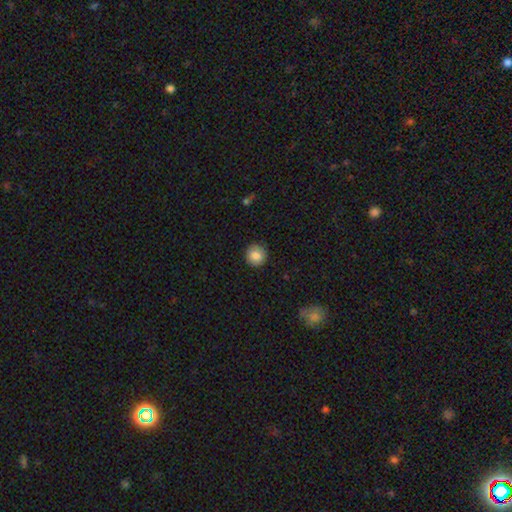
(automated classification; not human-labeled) A smooth galaxy with no disk features (84%) that is round (94%). Merging: none (90%).